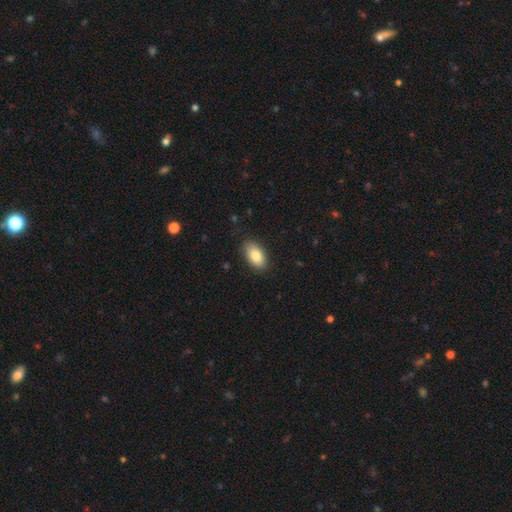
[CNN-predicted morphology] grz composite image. It shows a smooth galaxy with no disk features (84%) that is in between round and cigar-shaped (93%). Merging: none (85%).